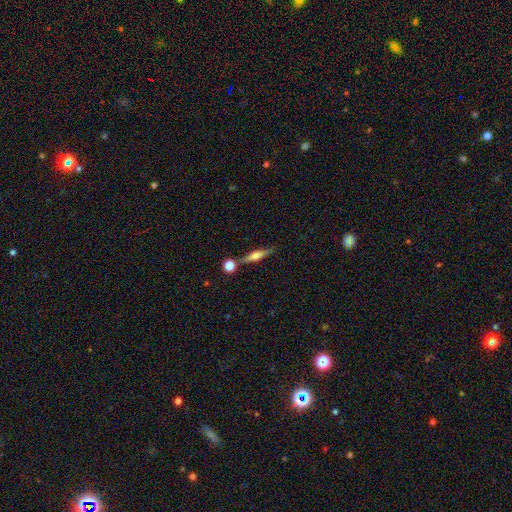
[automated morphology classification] The model was most divided on "smooth or featured": featured or disk: 57%, smooth: 36%, star or artifact: 8%. More confident: edge-on disk — yes (95%); edge-on bulge — rounded (82%); merging — none (75%).